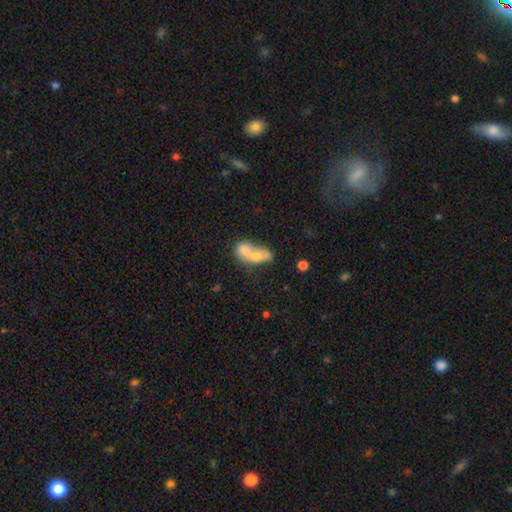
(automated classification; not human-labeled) Smooth or featured?
  - smooth: 61% *
  - featured or disk: 29%
  - star or artifact: 10%
How rounded?
  - in between: 68% *
  - round: 26%
  - cigar-shaped: 6%
Merging?
  - merger: 74% *
  - none: 15%
  - minor disturbance: 7%
  - major disturbance: 5%